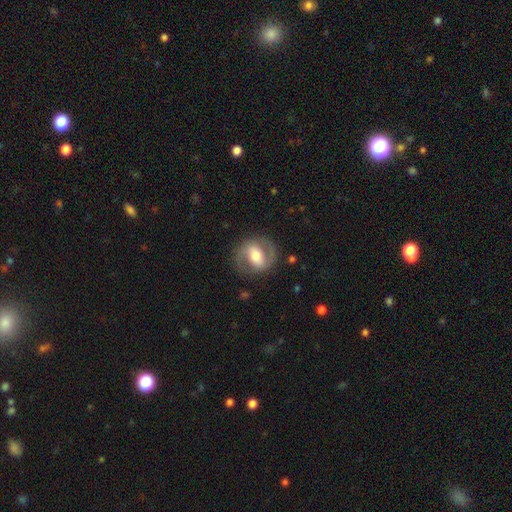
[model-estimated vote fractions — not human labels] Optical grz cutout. It shows a featured or disk galaxy (71%) with a strong bar (45%), 2 (88%) medium (52%) spiral arms (78%) and a moderate central bulge (65%). Merging: none (81%).